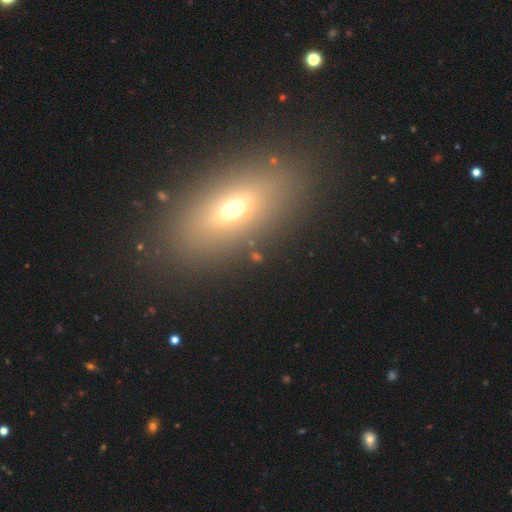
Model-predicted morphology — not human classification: A smooth galaxy with no disk features (58%) that is in between round and cigar-shaped (71%). Merging: none (83%).